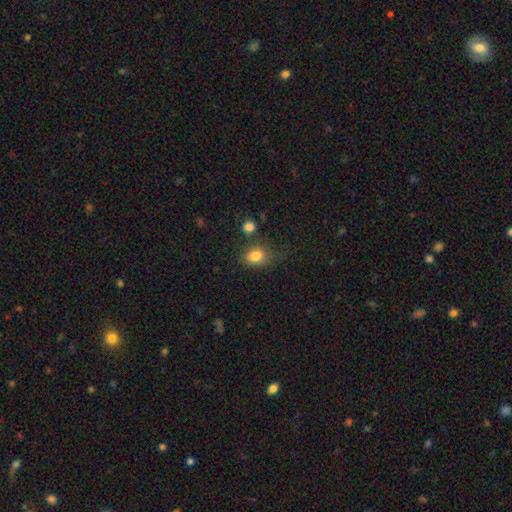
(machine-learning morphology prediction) type=smooth (82%); roundness=in between (57%); merging=none (60%).